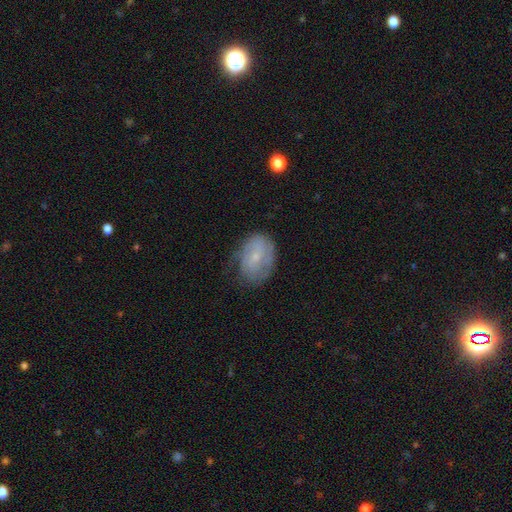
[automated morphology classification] Overall: smooth (46%, tied with featured or disk). Merging: none (55%; minor disturbance 30%).